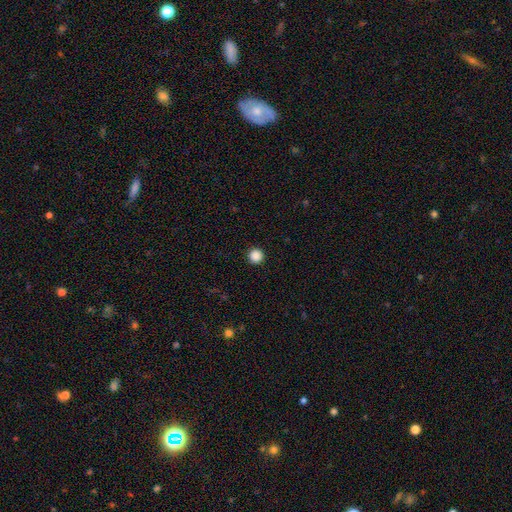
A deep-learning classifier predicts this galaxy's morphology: smooth-or-featured: smooth: 88% | star or artifact: 10% | featured or disk: 2%
  how-rounded: round: 97% | in between: 3% | cigar-shaped: 1%
  merging: none: 93% | minor disturbance: 4% | major disturbance: 2% | merger: 1%